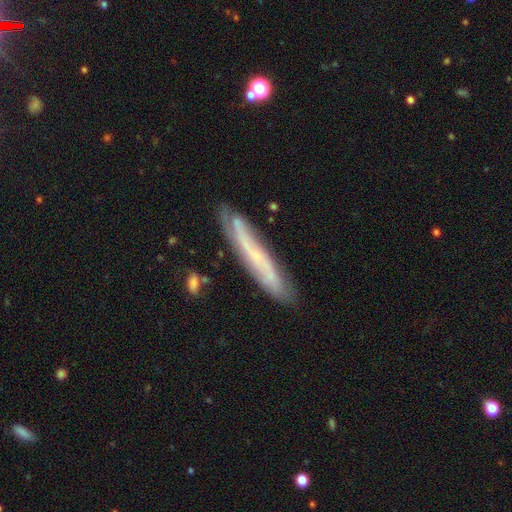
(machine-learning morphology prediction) type=featured or disk (58%); edge-on=yes (64%); merging=none (78%).